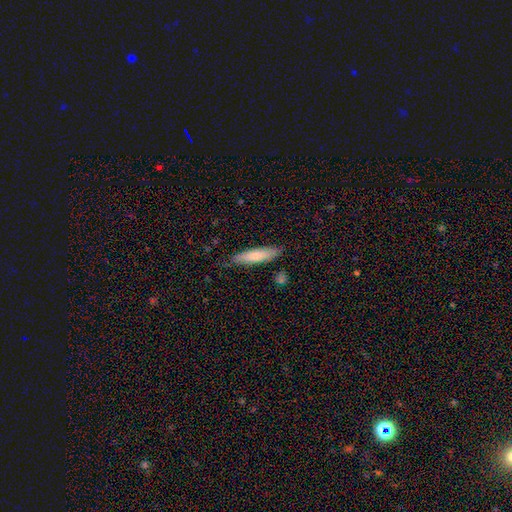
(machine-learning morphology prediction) This is likely a smooth galaxy (75%). How rounded: likely cigar-shaped (76%). Merging: clearly none (81%).